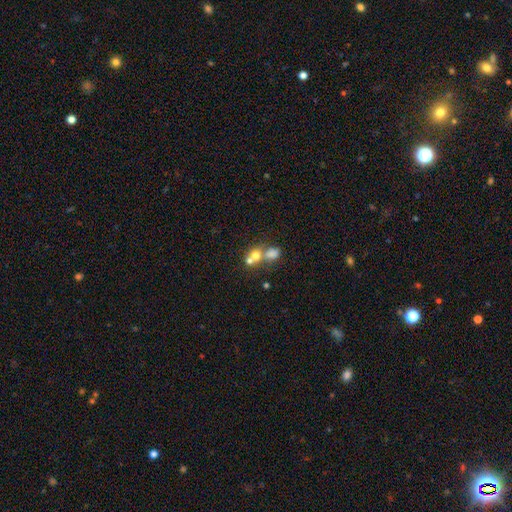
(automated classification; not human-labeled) smooth 65%, featured or disk 20%, star or artifact 14%. Down the decision tree: how rounded — round (69%); merging — merger (61%).